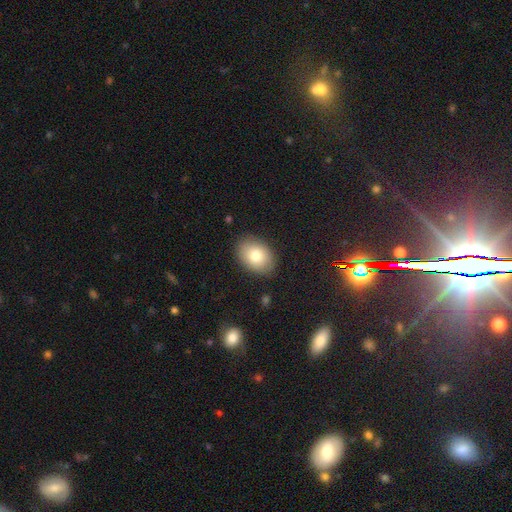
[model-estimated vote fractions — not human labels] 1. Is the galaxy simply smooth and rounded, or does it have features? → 80% smooth, 12% featured or disk, 8% star or artifact.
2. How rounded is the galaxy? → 80% in between, 19% round, 1% cigar-shaped.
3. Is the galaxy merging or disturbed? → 85% none, 11% minor disturbance, 3% major disturbance, 1% merger.